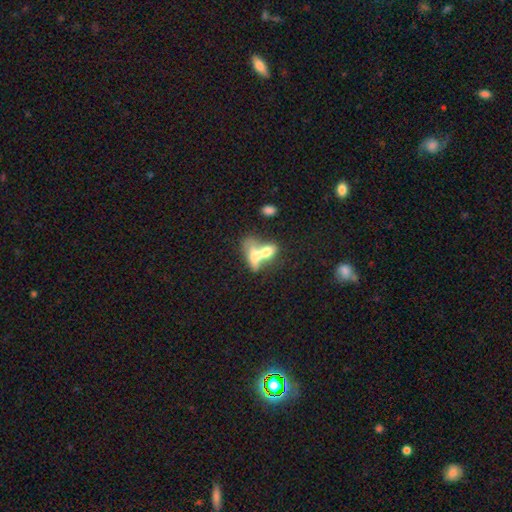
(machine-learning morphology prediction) Smooth or featured? smooth (58%)
How rounded? in between (77%)
Merging? merger (72%)